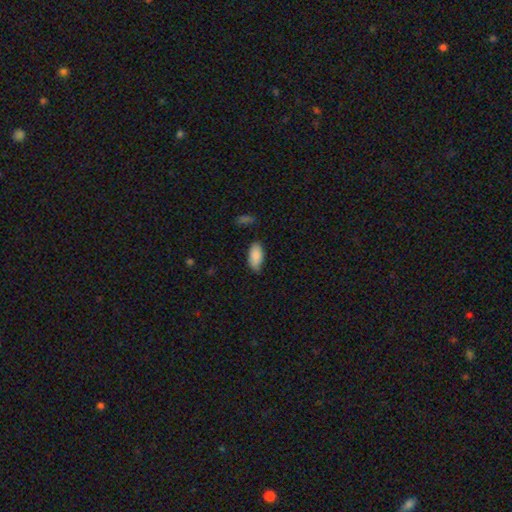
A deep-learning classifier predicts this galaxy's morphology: A smooth galaxy with no disk features (88%) that is in between round and cigar-shaped (93%).

Vote fractions:
- Smooth or featured? smooth: 88% / star or artifact: 7% / featured or disk: 5%
- How rounded? in between: 93% / cigar-shaped: 5% / round: 2%
- Merging? none: 71% / minor disturbance: 23% / major disturbance: 4% / merger: 2%